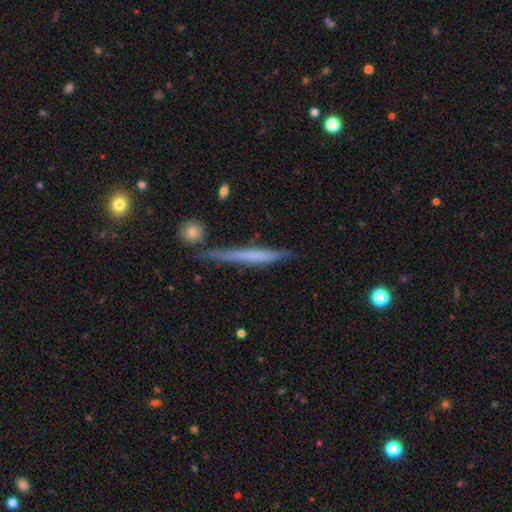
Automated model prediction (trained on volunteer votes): This is possibly a smooth galaxy (48%). Merging: likely none (73%).